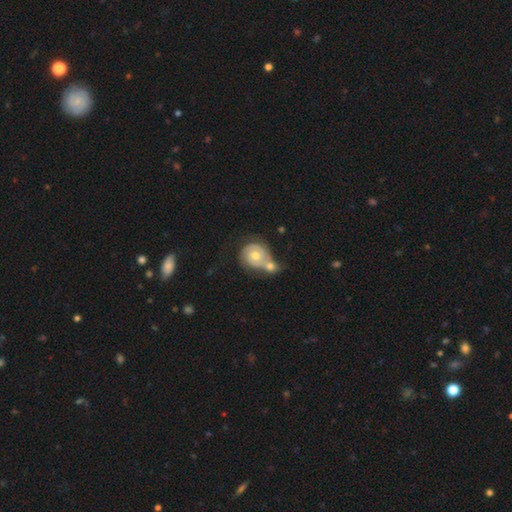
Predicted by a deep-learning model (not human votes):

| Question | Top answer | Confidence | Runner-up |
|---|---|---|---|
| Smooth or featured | featured or disk | 57% | smooth (37%) |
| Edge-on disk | no | 97% | yes (3%) |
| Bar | no | 84% | weak (13%) |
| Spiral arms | yes | 68% | no (32%) |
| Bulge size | moderate | 76% | small (15%) |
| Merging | merger | 59% | none (23%) |